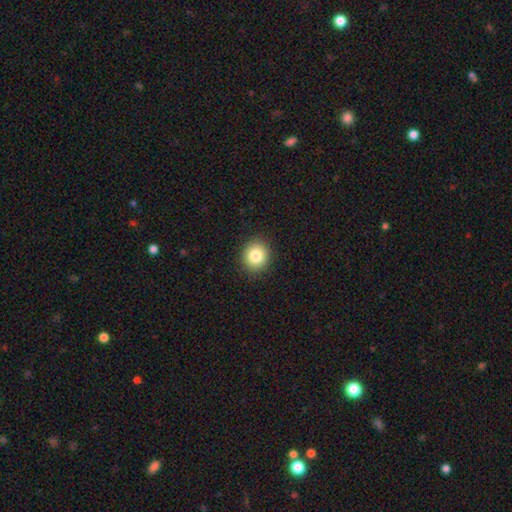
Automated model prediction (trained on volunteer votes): This appears to be a smooth galaxy with no disk features (83%) that is round (81%). Merging: none (91%).